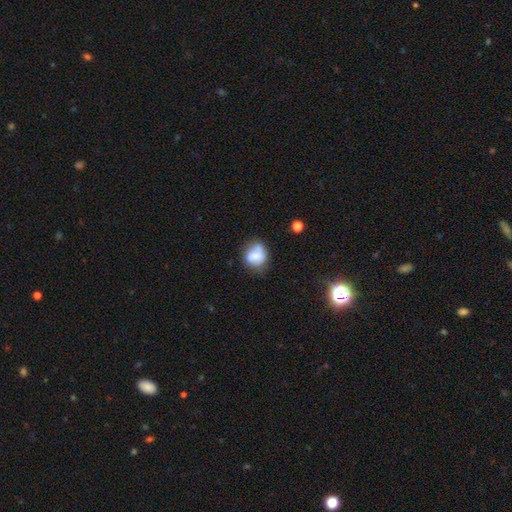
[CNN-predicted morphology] smooth_or_featured: smooth (p=0.64) [alt: featured or disk p=0.28]
how_rounded: round (p=0.63) [alt: in between p=0.36]
merging: none (p=0.49) [alt: minor disturbance p=0.26]